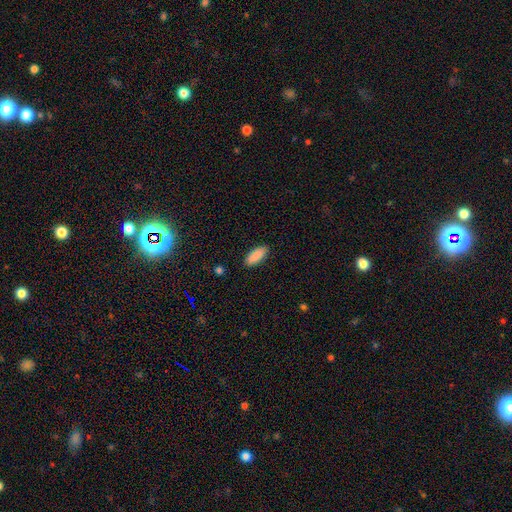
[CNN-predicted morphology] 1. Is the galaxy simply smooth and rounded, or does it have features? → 89% smooth, 6% star or artifact, 5% featured or disk.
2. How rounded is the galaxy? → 74% in between, 25% cigar-shaped, 2% round.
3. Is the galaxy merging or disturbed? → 89% none, 8% minor disturbance, 2% major disturbance, 1% merger.